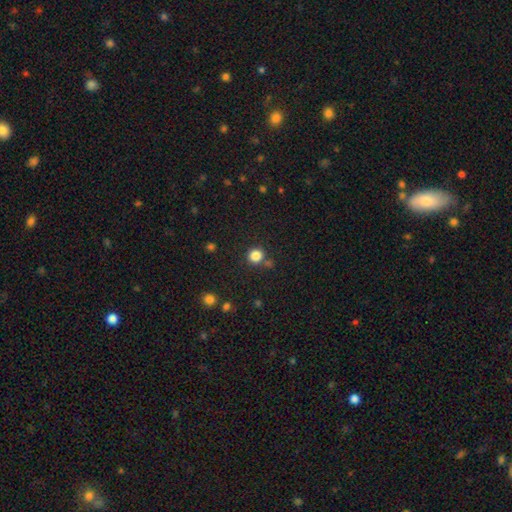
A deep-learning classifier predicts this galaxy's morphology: A smooth galaxy with no disk features (84%) that is round (90%). Merging: none (79%).